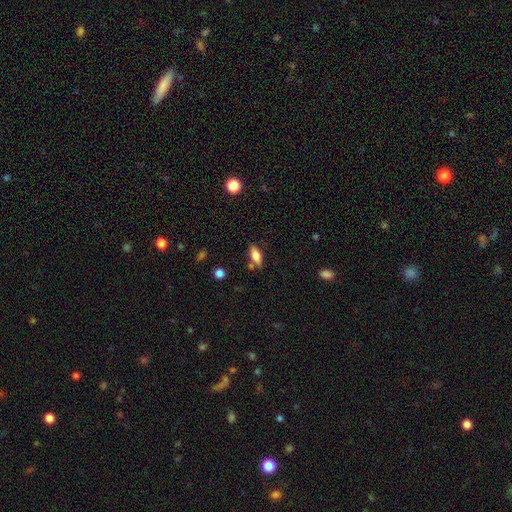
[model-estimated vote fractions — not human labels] Overall: smooth (72%). How rounded: in between (75%). Merging: none (74%).